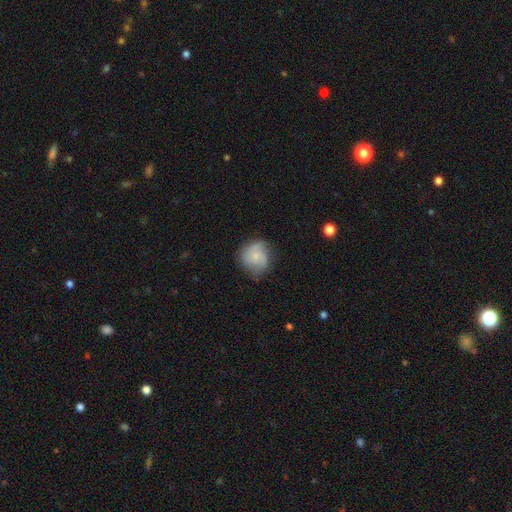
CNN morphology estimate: Q: Smooth or featured?
A: smooth (52%); runner-up: featured or disk (40%)
Q: How rounded?
A: round (82%); runner-up: in between (17%)
Q: Merging?
A: none (62%); runner-up: minor disturbance (27%)